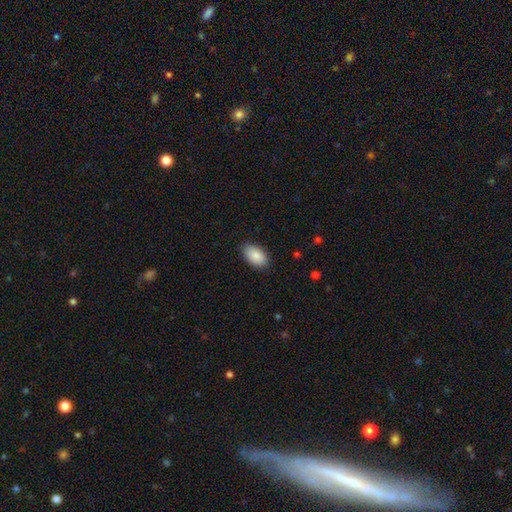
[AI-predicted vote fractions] Morphology: type=smooth (89%); roundness=in between (94%); merging=none (86%).